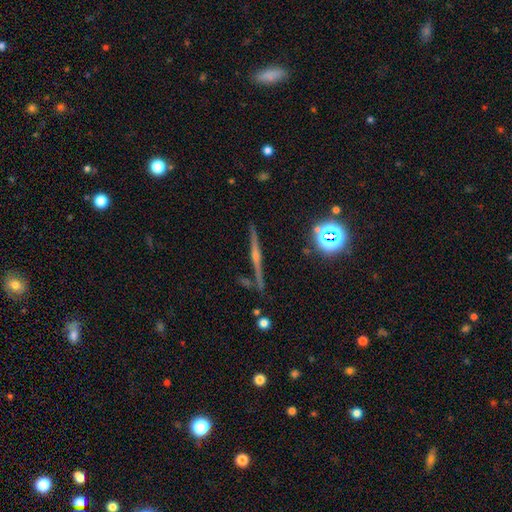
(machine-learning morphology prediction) A featured or disk galaxy (62%) viewed edge-on (91%) with a rounded central bulge (71%).

Vote fractions:
- Smooth or featured? featured or disk: 62% / star or artifact: 21% / smooth: 17%
- Edge-on disk? yes: 91% / no: 9%
- Edge-on bulge? rounded: 71% / none: 20% / boxy: 10%
- Merging? none: 82% / minor disturbance: 10% / merger: 5% / major disturbance: 4%